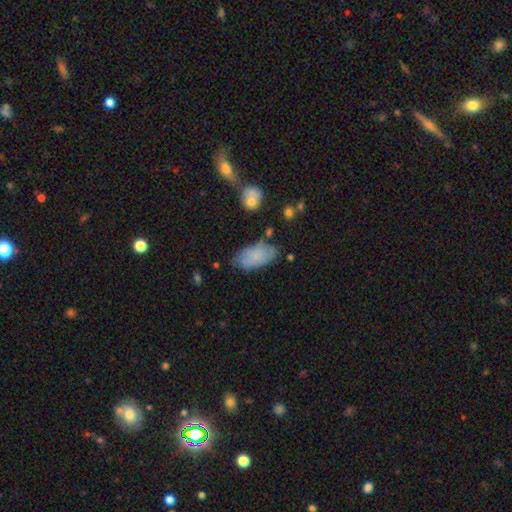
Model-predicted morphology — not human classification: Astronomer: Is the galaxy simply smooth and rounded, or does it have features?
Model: smooth — 78%.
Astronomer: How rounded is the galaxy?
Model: in between — 93%.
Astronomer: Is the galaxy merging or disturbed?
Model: none — 71%.